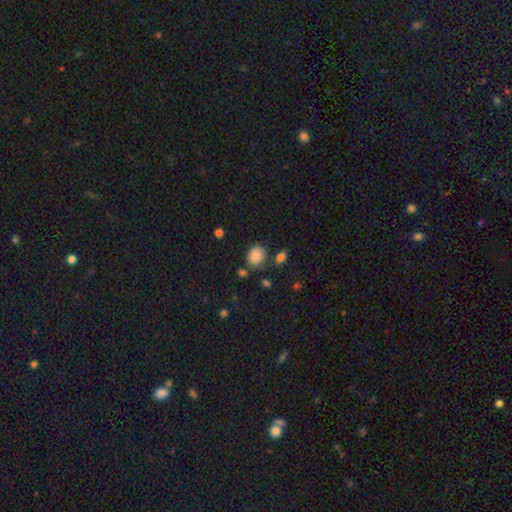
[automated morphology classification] Smooth or featured? smooth (85%)
How rounded? round (58%)
Merging? none (71%)